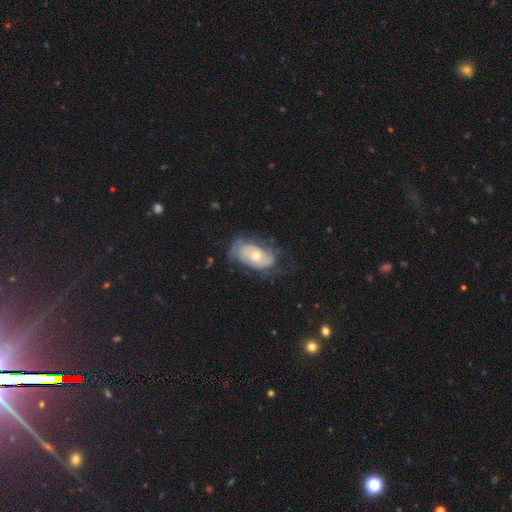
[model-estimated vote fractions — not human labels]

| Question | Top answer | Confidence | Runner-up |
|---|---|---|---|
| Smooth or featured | featured or disk | 66% | smooth (28%) |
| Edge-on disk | no | 94% | yes (6%) |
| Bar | no | 76% | weak (20%) |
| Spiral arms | yes | 78% | no (22%) |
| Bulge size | moderate | 57% | small (37%) |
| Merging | none | 56% | minor disturbance (27%) |